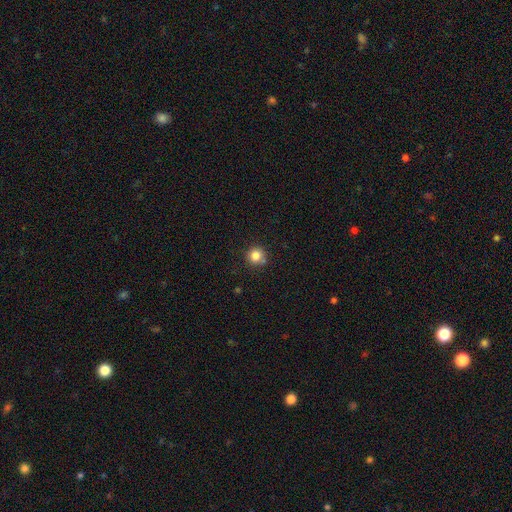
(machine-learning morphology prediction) smooth 83%, star or artifact 11%, featured or disk 6%. Down the decision tree: how rounded — round (94%); merging — none (80%).